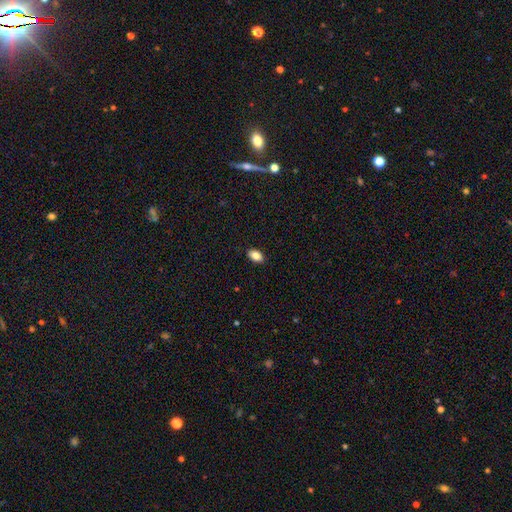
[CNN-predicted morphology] A smooth galaxy with no disk features (85%) that is in between round and cigar-shaped (90%).

Vote fractions:
- Smooth or featured? smooth: 85% / star or artifact: 9% / featured or disk: 6%
- How rounded? in between: 90% / round: 7% / cigar-shaped: 2%
- Merging? none: 89% / minor disturbance: 8% / major disturbance: 2% / merger: 1%